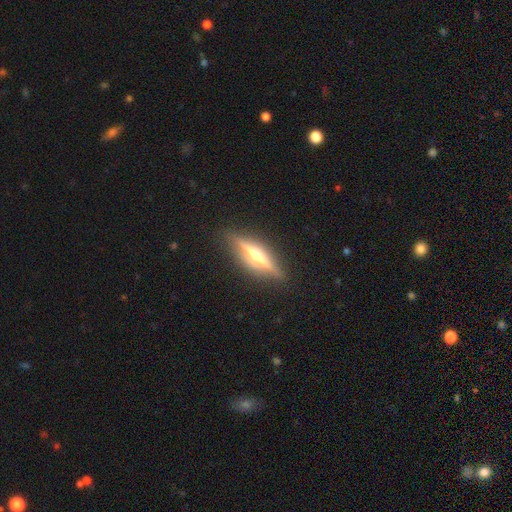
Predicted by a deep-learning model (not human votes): This appears to be a featured or disk galaxy (77%) viewed edge-on (96%) with a rounded central bulge (92%). Merging: none (89%).